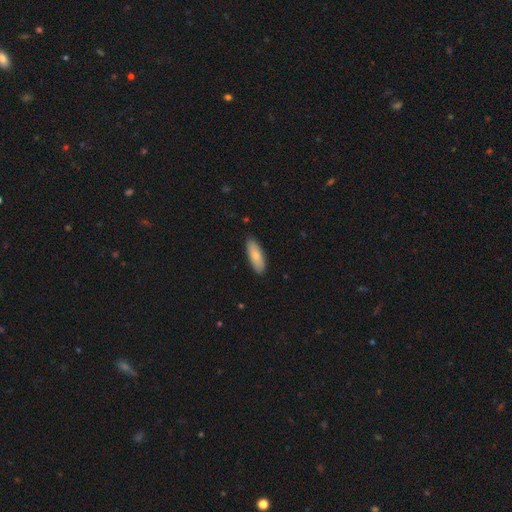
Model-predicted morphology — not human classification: Smooth or featured?
  - smooth: 80% *
  - featured or disk: 15%
  - star or artifact: 5%
How rounded?
  - in between: 68% *
  - cigar-shaped: 31%
  - round: 2%
Merging?
  - none: 88% *
  - minor disturbance: 10%
  - major disturbance: 2%
  - merger: 1%